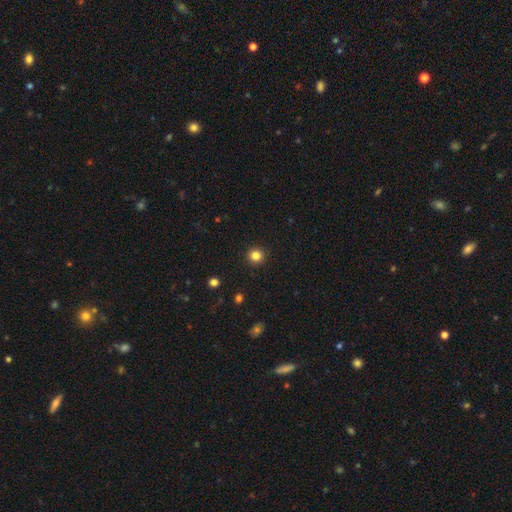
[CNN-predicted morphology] A smooth galaxy with no disk features (83%) that is round (94%). Merging: none (93%).